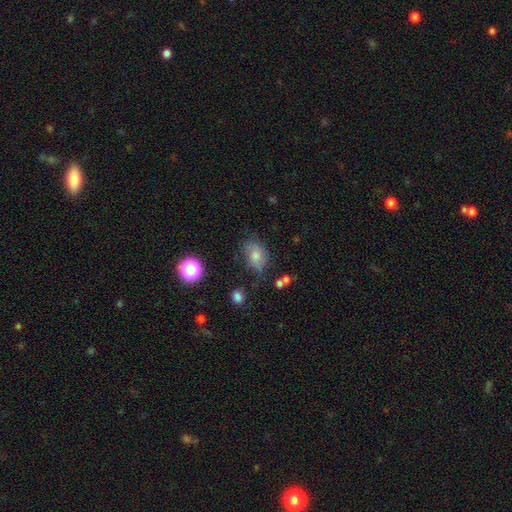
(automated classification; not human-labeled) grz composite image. It shows a smooth galaxy with no disk features (75%) that is in between round and cigar-shaped (75%). Merging: none (64%).